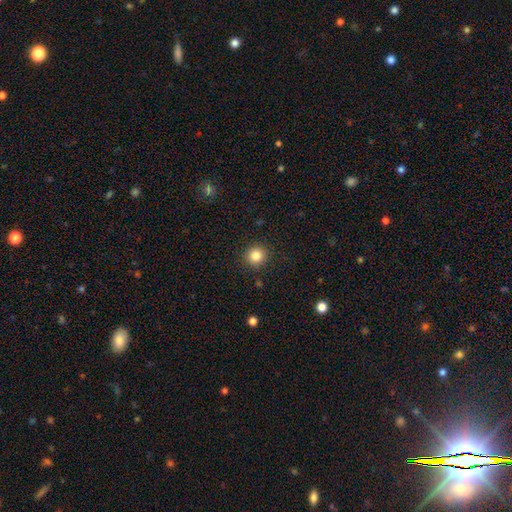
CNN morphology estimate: Overall: smooth (83%). How rounded: round (93%). Merging: none (91%).